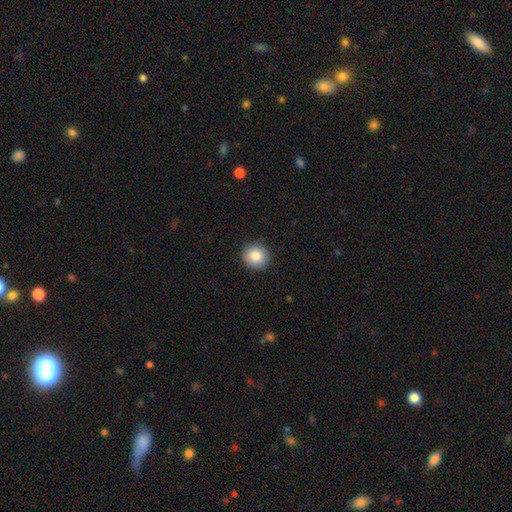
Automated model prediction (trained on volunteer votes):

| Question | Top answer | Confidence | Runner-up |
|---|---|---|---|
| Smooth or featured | smooth | 86% | star or artifact (8%) |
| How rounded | round | 92% | in between (7%) |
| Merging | none | 91% | minor disturbance (6%) |